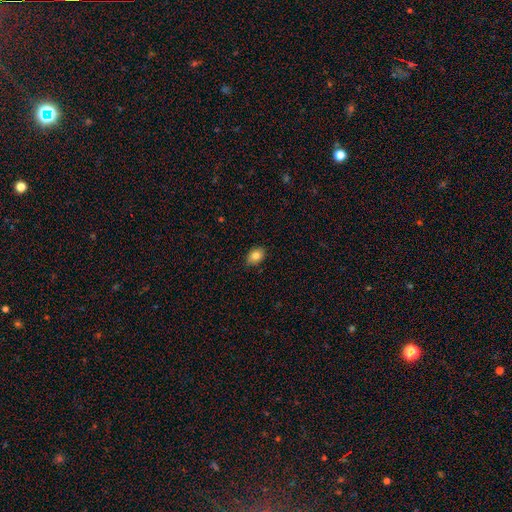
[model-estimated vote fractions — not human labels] A smooth galaxy with no disk features (82%) that is in between round and cigar-shaped (78%).

Vote fractions:
- Smooth or featured? smooth: 82% / featured or disk: 9% / star or artifact: 9%
- How rounded? in between: 78% / round: 21% / cigar-shaped: 1%
- Merging? none: 86% / minor disturbance: 11% / major disturbance: 2% / merger: 1%